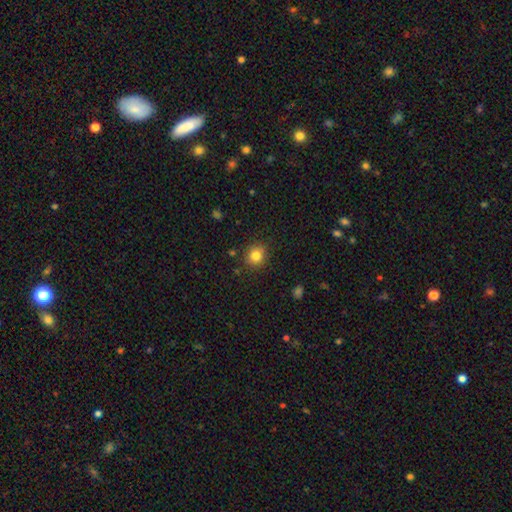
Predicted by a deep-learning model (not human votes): Q: Smooth or featured?
A: smooth (82%); runner-up: star or artifact (12%)
Q: How rounded?
A: round (83%); runner-up: in between (16%)
Q: Merging?
A: none (87%); runner-up: minor disturbance (9%)